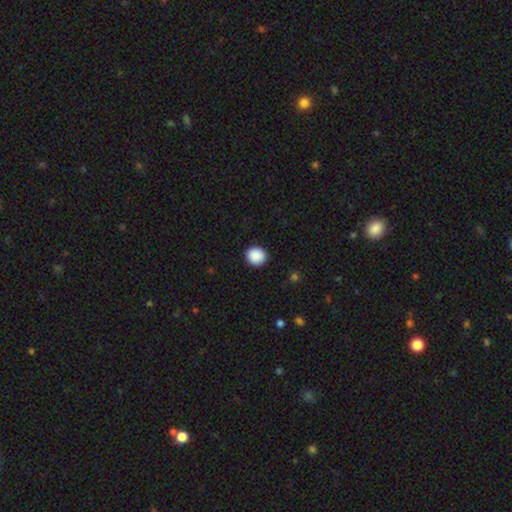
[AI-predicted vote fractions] Smooth or featured: smooth — 89% (star or artifact — 8%)
How rounded: round — 85% (in between — 14%)
Merging: none — 92% (minor disturbance — 6%)